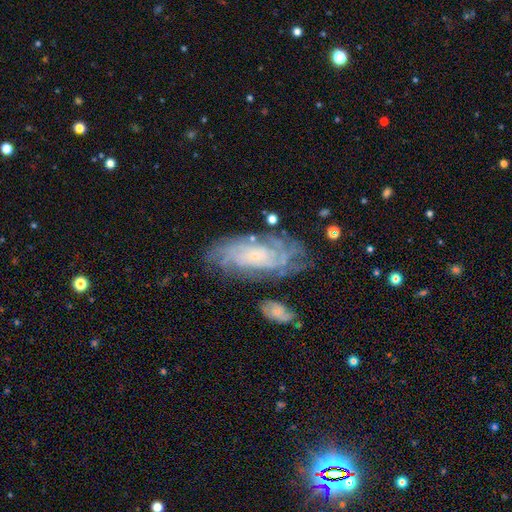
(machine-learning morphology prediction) Smooth or featured?
  - featured or disk: 81% *
  - smooth: 11%
  - star or artifact: 7%
Edge-on disk?
  - no: 93% *
  - yes: 7%
Bar?
  - no: 77% *
  - weak: 19%
  - strong: 5%
Spiral arms?
  - yes: 94% *
  - no: 6%
Spiral winding?
  - tight: 74% *
  - medium: 20%
  - loose: 6%
Spiral arm count?
  - can't tell: 43% *
  - 4: 18%
  - more than 4: 14%
  - 3: 11%
  - 2: 9%
  - 1: 6%
Bulge size?
  - small: 83% *
  - moderate: 11%
  - none: 3%
  - large: 1%
  - dominant: 1%
Merging?
  - none: 70% *
  - minor disturbance: 18%
  - major disturbance: 7%
  - merger: 6%